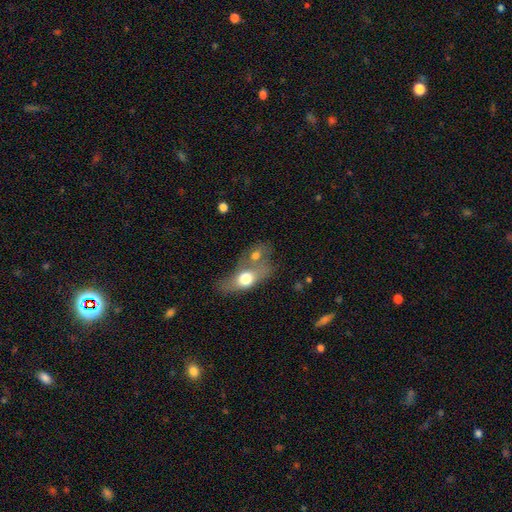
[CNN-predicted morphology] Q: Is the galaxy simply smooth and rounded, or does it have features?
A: smooth — 63%.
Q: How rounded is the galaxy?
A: in between — 65%.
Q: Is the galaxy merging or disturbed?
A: merger — 53%.